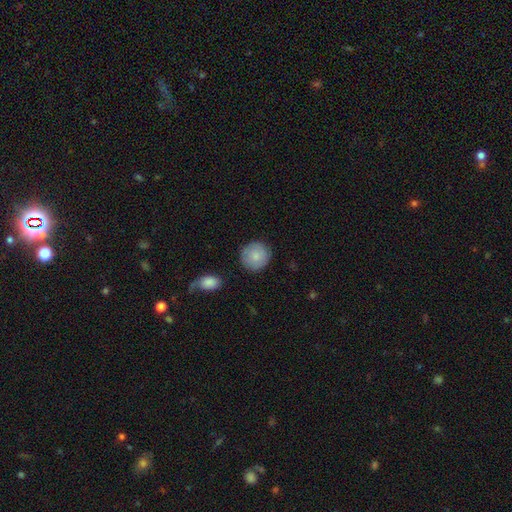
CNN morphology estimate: smooth 82%, featured or disk 12%, star or artifact 6%. Down the decision tree: how rounded — round (93%); merging — none (87%).